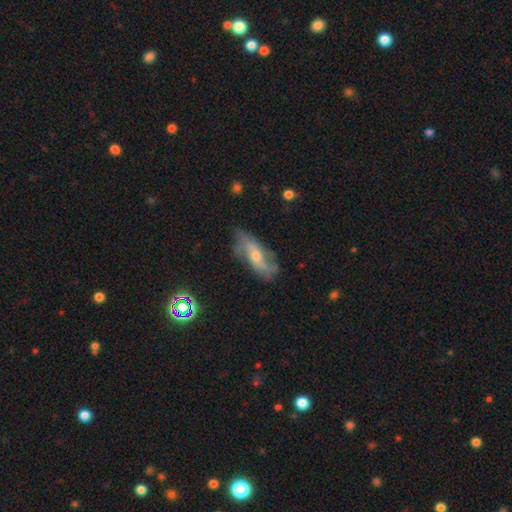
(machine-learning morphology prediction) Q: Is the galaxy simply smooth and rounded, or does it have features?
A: featured or disk — 71%.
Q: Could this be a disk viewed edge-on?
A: no — 83%.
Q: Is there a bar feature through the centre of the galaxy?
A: no — 52%.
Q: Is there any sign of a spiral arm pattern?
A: yes — 88%.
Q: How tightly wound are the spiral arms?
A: loose — 63%.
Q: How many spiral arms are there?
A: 2 — 77%.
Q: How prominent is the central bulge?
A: small — 52%.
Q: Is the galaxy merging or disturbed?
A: none — 66%.